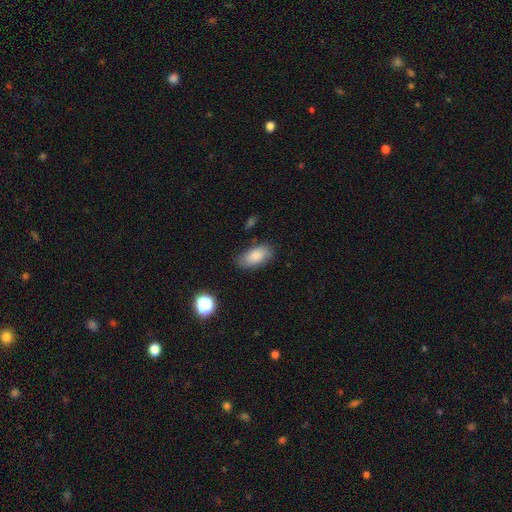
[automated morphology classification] smooth-or-featured: smooth: 84% | featured or disk: 9% | star or artifact: 7%
  how-rounded: in between: 92% | cigar-shaped: 5% | round: 3%
  merging: none: 77% | minor disturbance: 17% | major disturbance: 4% | merger: 2%